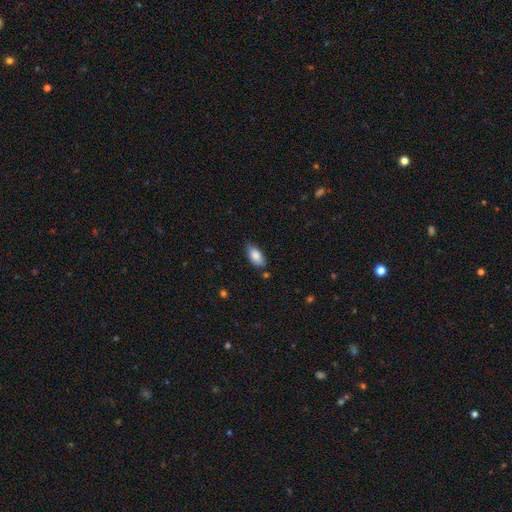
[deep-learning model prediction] smooth-or-featured: smooth: 85% | featured or disk: 9% | star or artifact: 7%
  how-rounded: in between: 91% | cigar-shaped: 7% | round: 2%
  merging: none: 77% | minor disturbance: 17% | major disturbance: 3% | merger: 3%